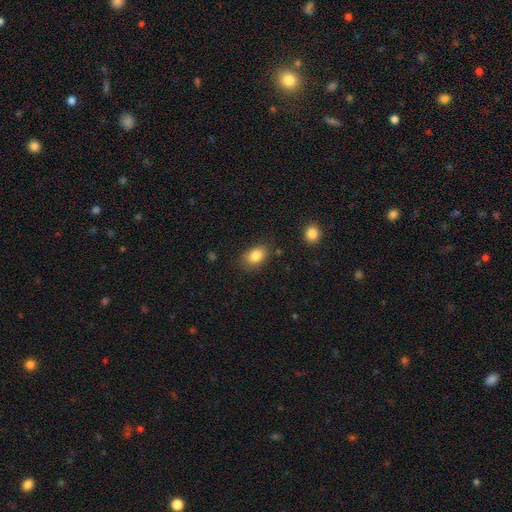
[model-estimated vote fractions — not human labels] Smooth or featured? Predicted: smooth (p=0.84). How rounded? Predicted: in between (p=0.79). Merging? Predicted: none (p=0.79).